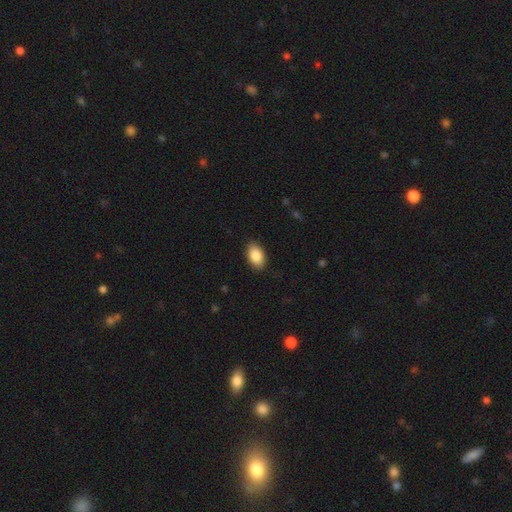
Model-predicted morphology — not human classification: Smooth or featured? smooth (87%)
How rounded? in between (92%)
Merging? none (88%)